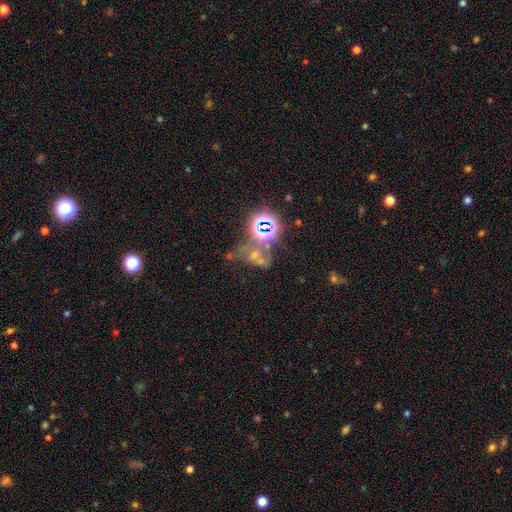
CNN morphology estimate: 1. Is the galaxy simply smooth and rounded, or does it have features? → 48% star or artifact, 32% smooth, 20% featured or disk.